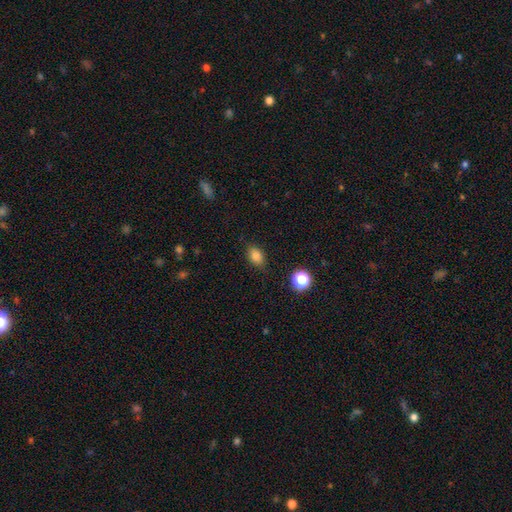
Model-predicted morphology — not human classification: This is clearly a smooth galaxy (83%). How rounded: likely in between (79%). Merging: clearly none (83%).